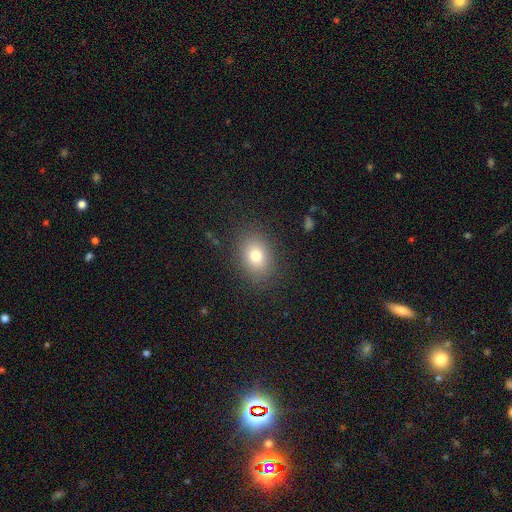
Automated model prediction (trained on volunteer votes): Q: Smooth or featured?
A: smooth (76%); runner-up: star or artifact (12%)
Q: How rounded?
A: in between (65%); runner-up: round (34%)
Q: Merging?
A: none (85%); runner-up: minor disturbance (10%)